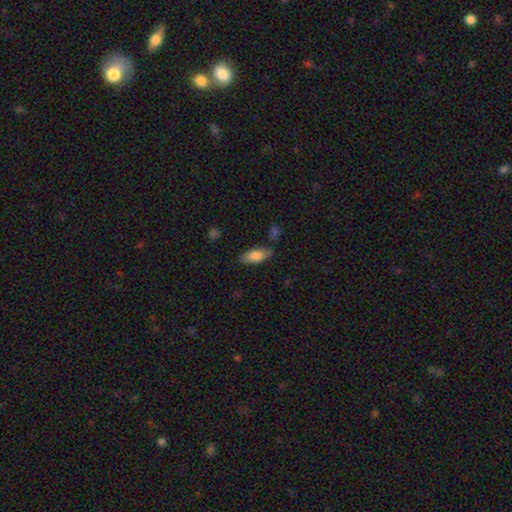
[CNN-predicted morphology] Q: Smooth or featured?
A: smooth (76%); runner-up: featured or disk (17%)
Q: How rounded?
A: in between (76%); runner-up: cigar-shaped (22%)
Q: Merging?
A: none (74%); runner-up: minor disturbance (17%)